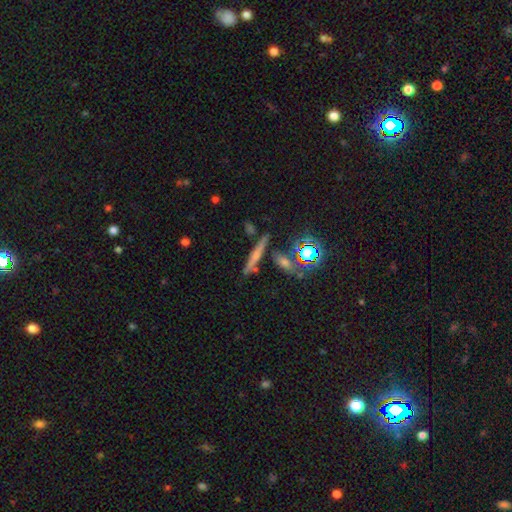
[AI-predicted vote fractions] Smooth or featured? smooth (49%)
Merging? none (77%)